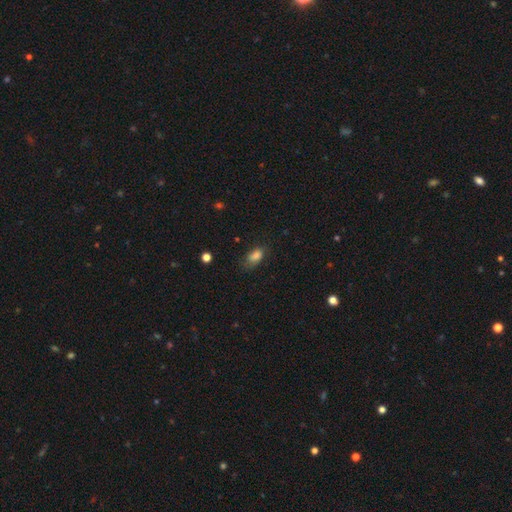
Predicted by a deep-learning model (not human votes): Smooth or featured? Predicted: smooth (p=0.81). How rounded? Predicted: in between (p=0.87). Merging? Predicted: none (p=0.59).